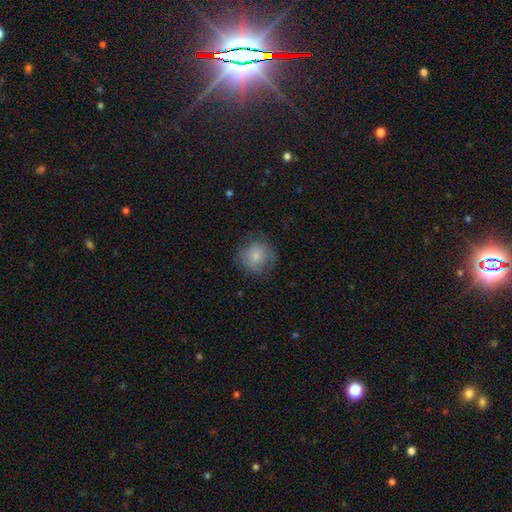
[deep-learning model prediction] A smooth galaxy with no disk features (74%) that is round (90%). Merging: none (70%).